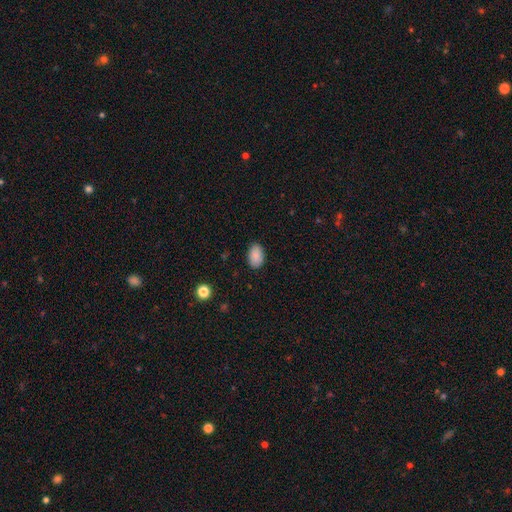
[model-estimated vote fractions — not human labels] Smooth or featured?
  - smooth: 88% *
  - star or artifact: 8%
  - featured or disk: 4%
How rounded?
  - in between: 90% *
  - round: 9%
  - cigar-shaped: 1%
Merging?
  - none: 87% *
  - minor disturbance: 10%
  - major disturbance: 2%
  - merger: 1%